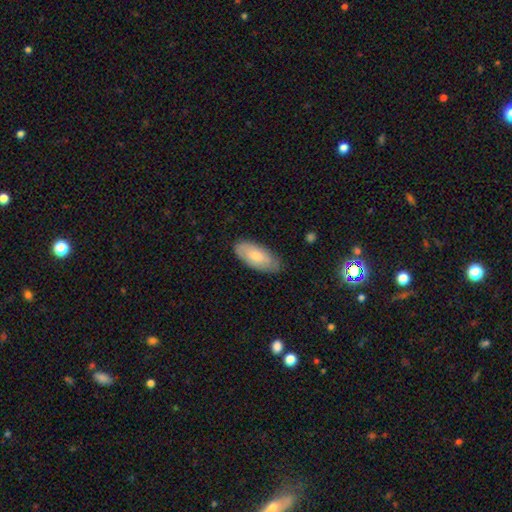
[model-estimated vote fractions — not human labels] Smooth or featured? smooth (71%)
How rounded? in between (90%)
Merging? none (78%)